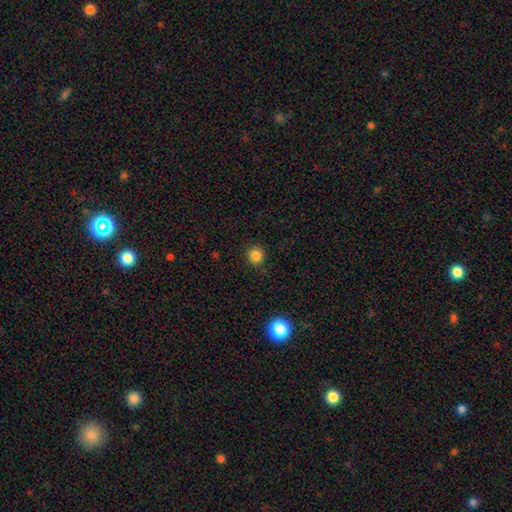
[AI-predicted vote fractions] Smooth or featured? smooth (84%)
How rounded? round (93%)
Merging? none (91%)